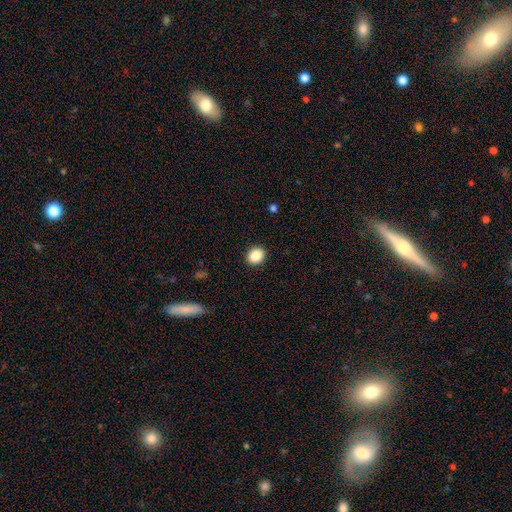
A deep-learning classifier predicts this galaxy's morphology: The model was most divided on "how rounded": round: 64%, in between: 35%, cigar-shaped: 1%. More confident: merging — none (91%); smooth or featured — smooth (87%).